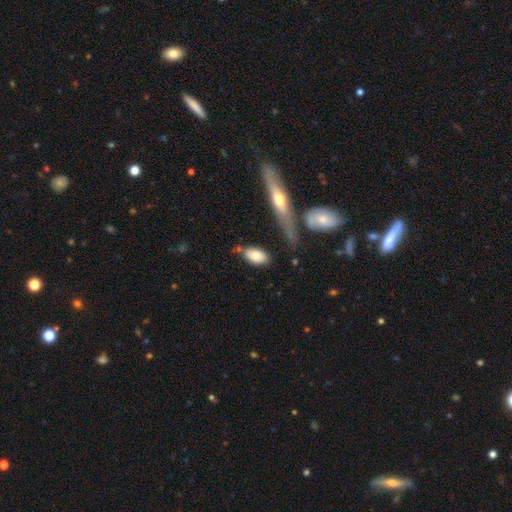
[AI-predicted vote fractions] Smooth or featured: smooth — 79% (featured or disk — 15%)
How rounded: in between — 91% (cigar-shaped — 5%)
Merging: none — 64% (minor disturbance — 19%)